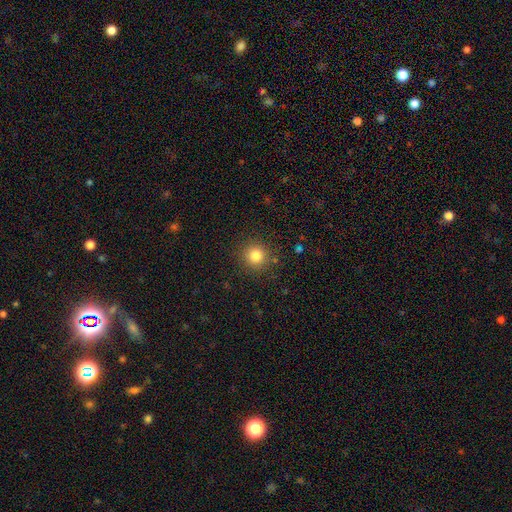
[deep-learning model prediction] Smooth or featured? Predicted: smooth (p=0.82). How rounded? Predicted: round (p=0.94). Merging? Predicted: none (p=0.89).